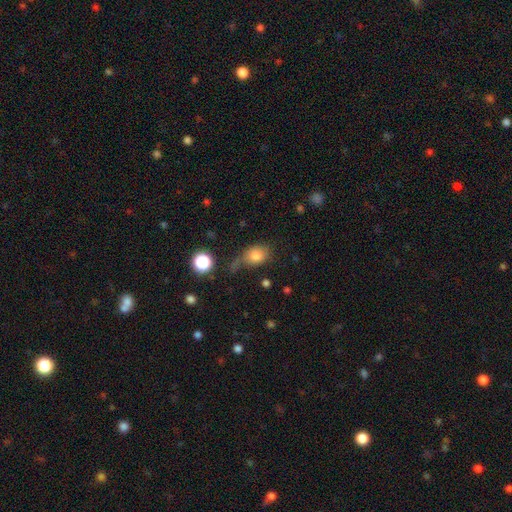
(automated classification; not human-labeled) Overall: smooth (79%). How rounded: in between (62%; round 36%). Merging: none (50%; minor disturbance 26%).